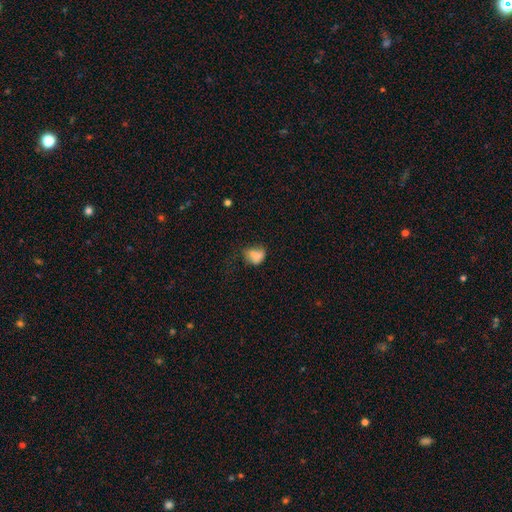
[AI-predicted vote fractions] smooth-or-featured: smooth: 73% | featured or disk: 16% | star or artifact: 12%
  how-rounded: in between: 61% | round: 38% | cigar-shaped: 1%
  merging: none: 35% | minor disturbance: 29% | major disturbance: 19% | merger: 18%